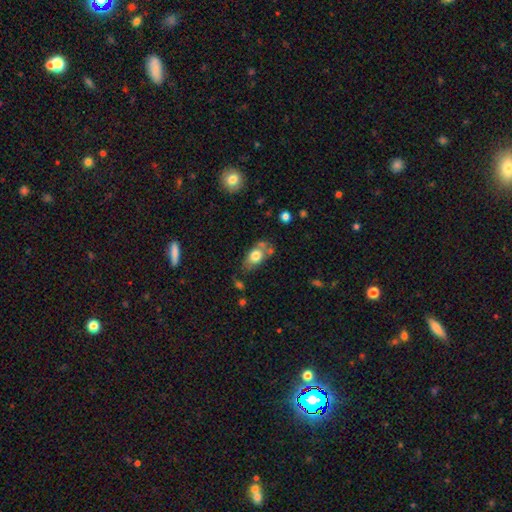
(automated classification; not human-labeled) smooth 73%, featured or disk 19%, star or artifact 8%. Down the decision tree: how rounded — in between (83%); merging — none (53%).